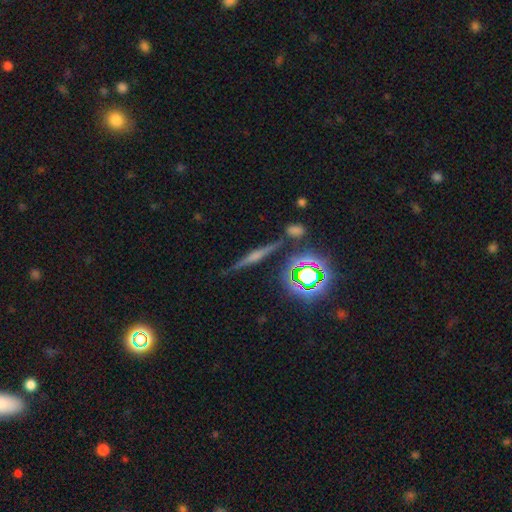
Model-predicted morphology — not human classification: featured or disk 57%, star or artifact 22%, smooth 21%. Down the decision tree: edge-on disk — yes (94%); edge-on bulge — rounded (64%); merging — none (83%).